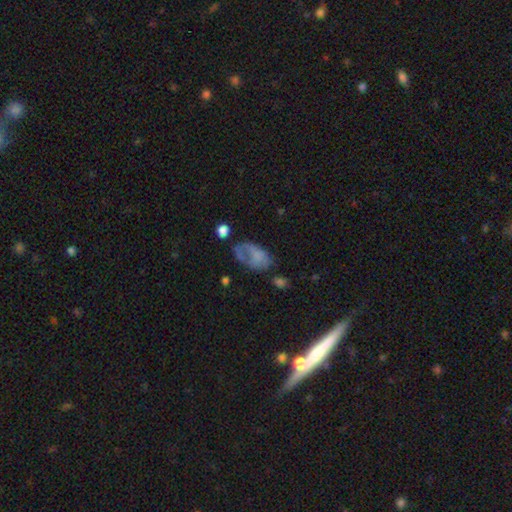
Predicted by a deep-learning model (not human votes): smooth 51%, featured or disk 36%, star or artifact 13%. Down the decision tree: how rounded — in between (89%); merging — none (34%).